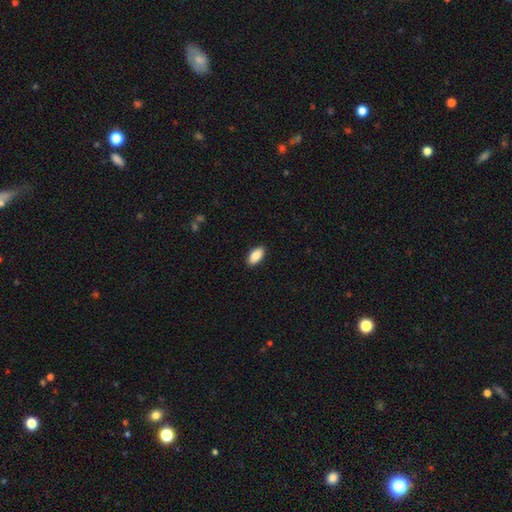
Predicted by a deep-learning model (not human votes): smooth 89%, star or artifact 6%, featured or disk 4%. Down the decision tree: how rounded — in between (93%); merging — none (90%).